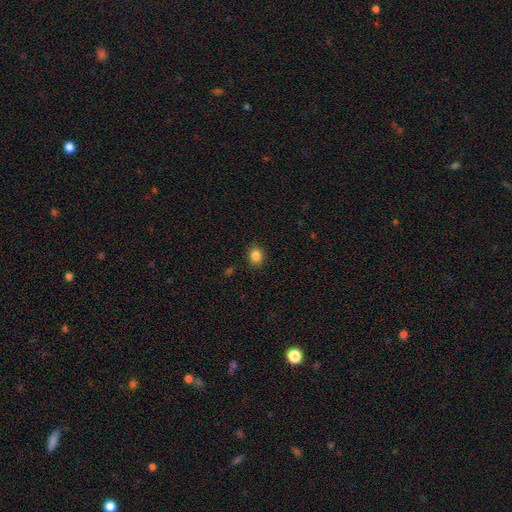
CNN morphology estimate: Smooth or featured? Predicted: smooth (p=0.85). How rounded? Predicted: round (p=0.60). Merging? Predicted: none (p=0.89).